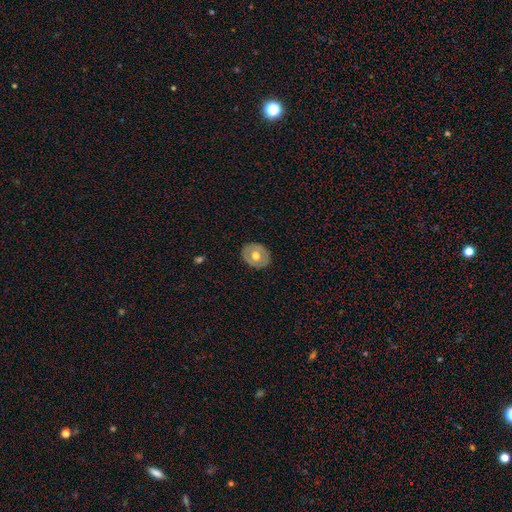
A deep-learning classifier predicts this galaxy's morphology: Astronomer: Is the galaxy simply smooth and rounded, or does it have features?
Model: smooth — 51% (runner-up: featured or disk, 43%).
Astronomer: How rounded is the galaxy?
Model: round — 63%.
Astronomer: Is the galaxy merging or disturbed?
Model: none — 86%.